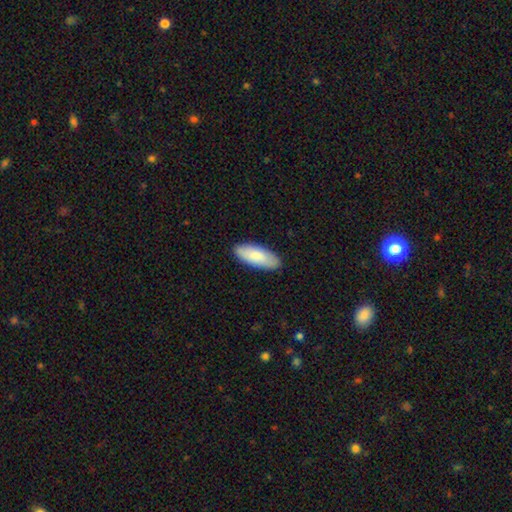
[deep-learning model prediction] smooth 84%, featured or disk 11%, star or artifact 5%. Down the decision tree: how rounded — in between (79%); merging — none (88%).